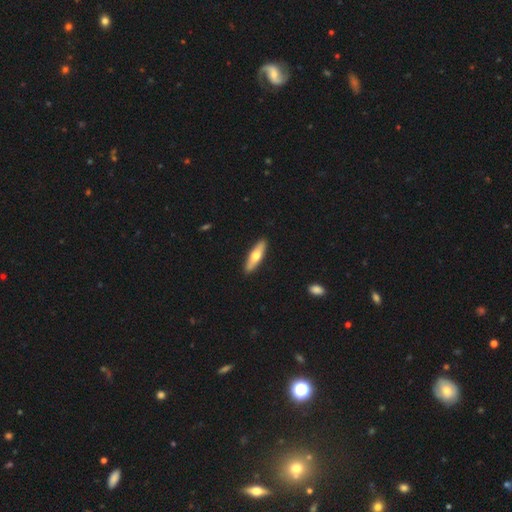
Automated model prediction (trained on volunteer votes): Smooth or featured? smooth (55%)
How rounded? cigar-shaped (68%)
Merging? none (91%)